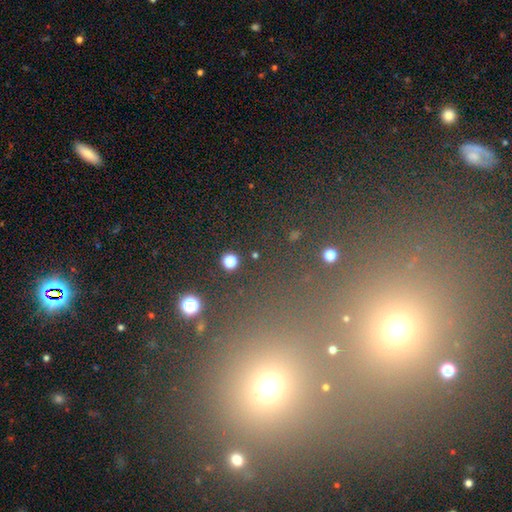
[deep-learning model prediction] The model was most divided on "smooth or featured" (2-way tie): smooth: 45%, star or artifact: 45%, featured or disk: 10%. More confident: merging — none (88%).